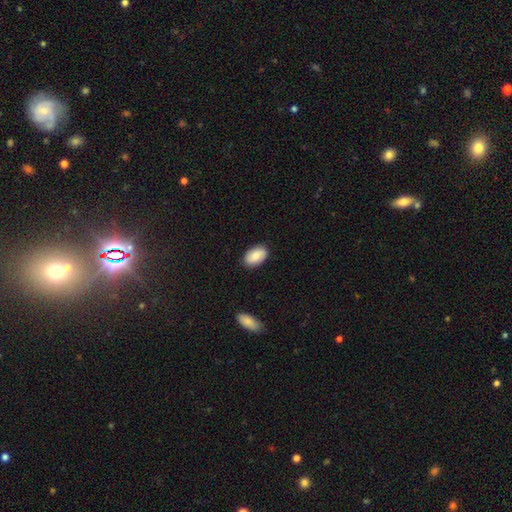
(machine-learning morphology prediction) Q: Smooth or featured?
A: smooth (80%); runner-up: featured or disk (14%)
Q: How rounded?
A: in between (93%); runner-up: round (5%)
Q: Merging?
A: none (86%); runner-up: minor disturbance (11%)